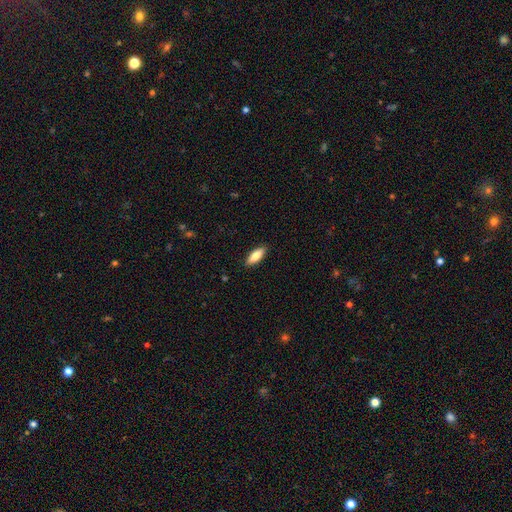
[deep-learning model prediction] Q: Smooth or featured?
A: smooth (79%); runner-up: featured or disk (15%)
Q: How rounded?
A: in between (64%); runner-up: cigar-shaped (34%)
Q: Merging?
A: none (89%); runner-up: minor disturbance (9%)